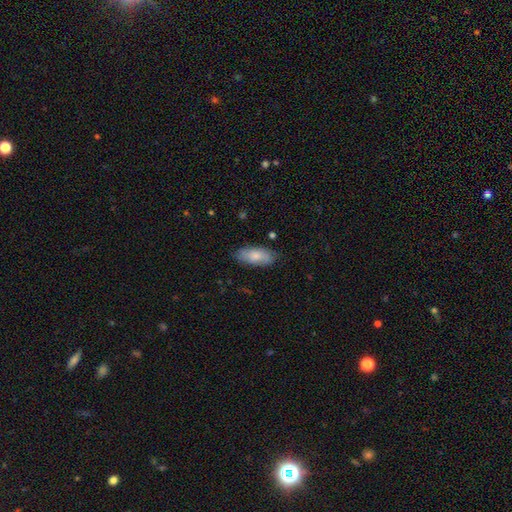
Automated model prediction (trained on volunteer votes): A smooth galaxy with no disk features (76%) that is in between round and cigar-shaped (86%).

Vote fractions:
- Smooth or featured? smooth: 76% / featured or disk: 18% / star or artifact: 6%
- How rounded? in between: 86% / cigar-shaped: 12% / round: 2%
- Merging? none: 77% / minor disturbance: 17% / major disturbance: 4% / merger: 1%